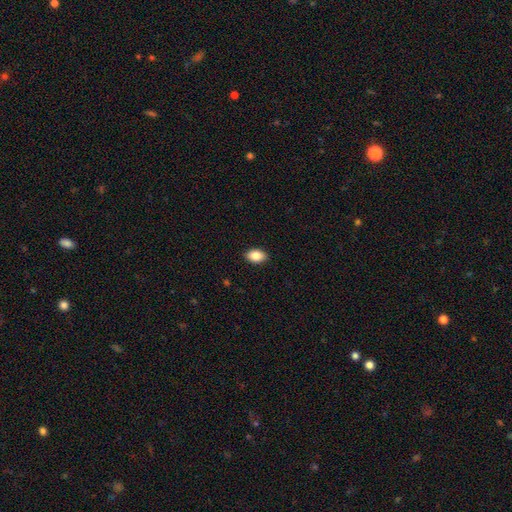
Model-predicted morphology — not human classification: Overall: smooth (86%). How rounded: in between (89%). Merging: none (90%).